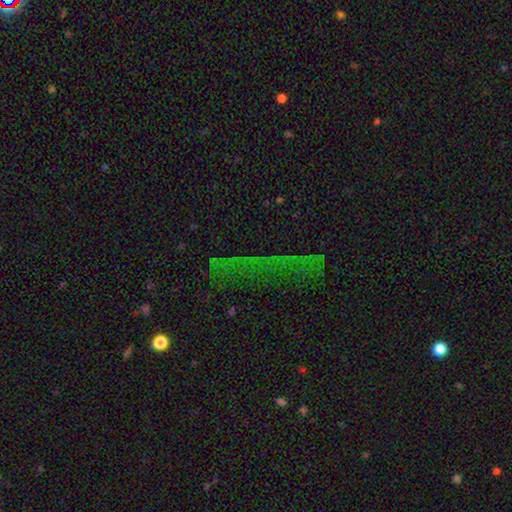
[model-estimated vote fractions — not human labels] A star or artifact, not a galaxy (76%).

Vote fractions:
- Smooth or featured? star or artifact: 76% / smooth: 12% / featured or disk: 12%